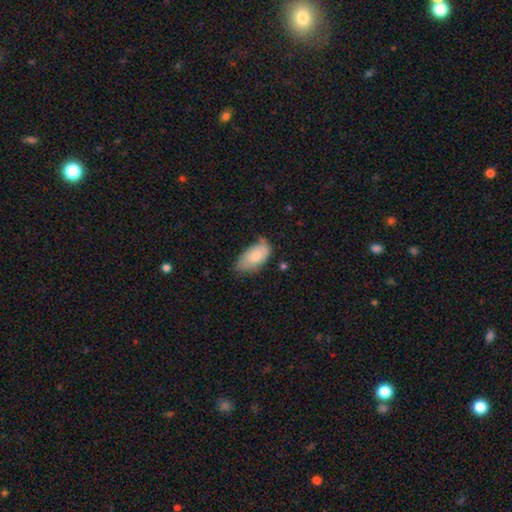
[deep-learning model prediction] A smooth galaxy with no disk features (79%) that is in between round and cigar-shaped (94%).

Vote fractions:
- Smooth or featured? smooth: 79% / featured or disk: 15% / star or artifact: 6%
- How rounded? in between: 94% / cigar-shaped: 3% / round: 3%
- Merging? none: 53% / minor disturbance: 36% / major disturbance: 7% / merger: 3%